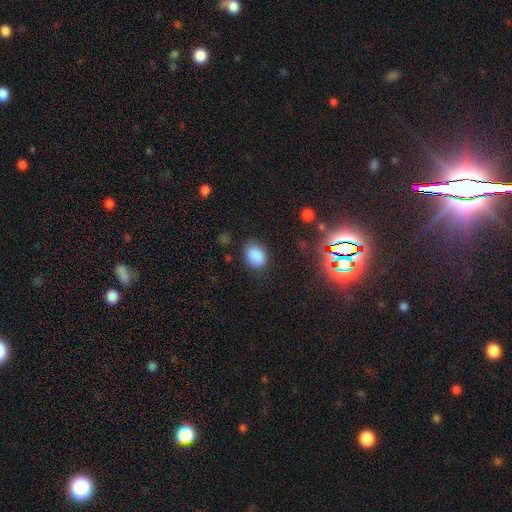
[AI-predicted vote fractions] Overall: smooth (85%). How rounded: in between (75%). Merging: none (79%).